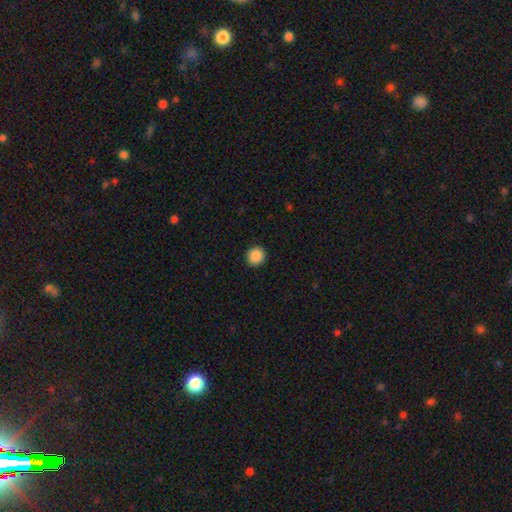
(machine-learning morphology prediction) The model was most divided on "smooth or featured": smooth: 88%, star or artifact: 9%, featured or disk: 3%. More confident: merging — none (92%); how rounded — round (92%).